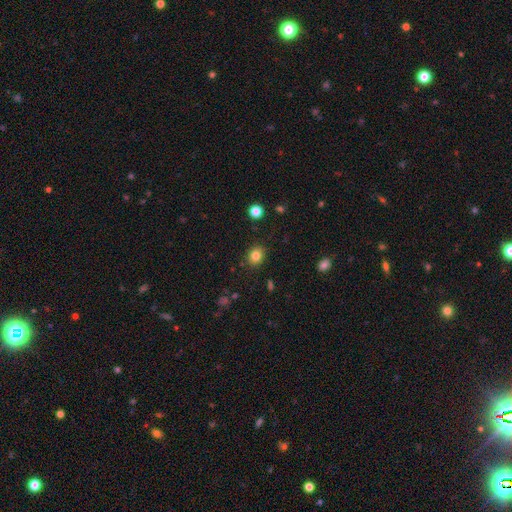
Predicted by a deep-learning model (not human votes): Smooth or featured? Predicted: smooth (p=0.82). How rounded? Predicted: round (p=0.62). Merging? Predicted: none (p=0.87).